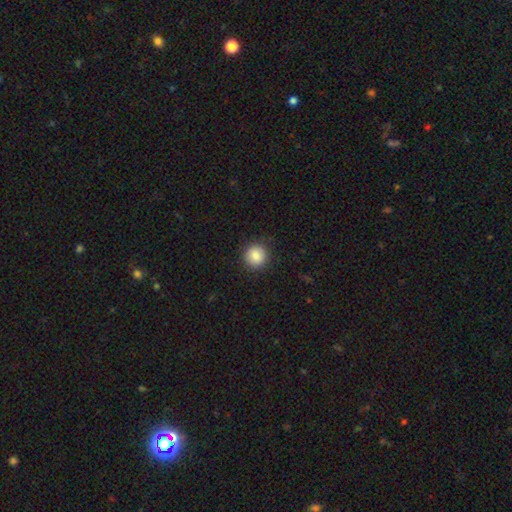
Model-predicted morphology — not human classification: A smooth galaxy with no disk features (87%) that is round (91%). Merging: none (90%).